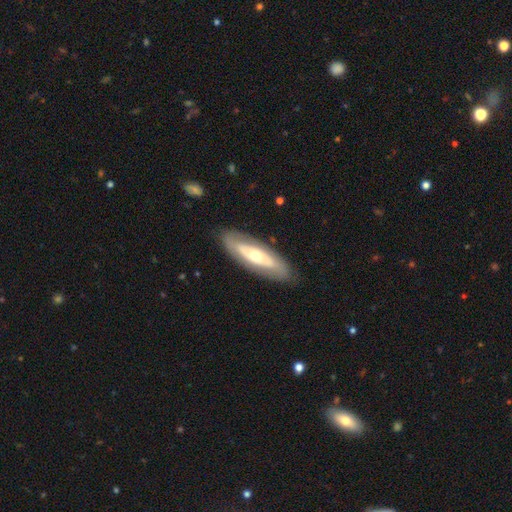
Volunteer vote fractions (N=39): This appears to be a featured or disk galaxy (56%) with no bar (93%), no spiral arms (93%) and a moderate central bulge (80%). Merging: none (89%).